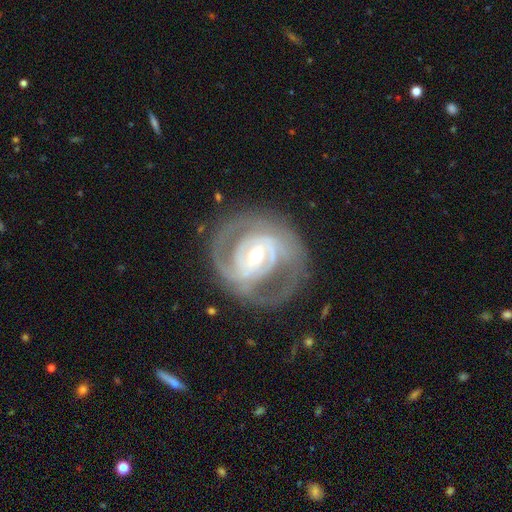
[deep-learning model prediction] Smooth or featured: featured or disk — 85% (smooth — 10%)
Edge-on disk: no — 97% (yes — 3%)
Bar: weak — 38% (no — 35%)
Spiral arms: yes — 85% (no — 15%)
Spiral winding: tight — 52% (medium — 36%)
Spiral arm count: 2 — 48% (can't tell — 26%)
Bulge size: small — 58% (moderate — 37%)
Merging: none — 67% (minor disturbance — 17%)